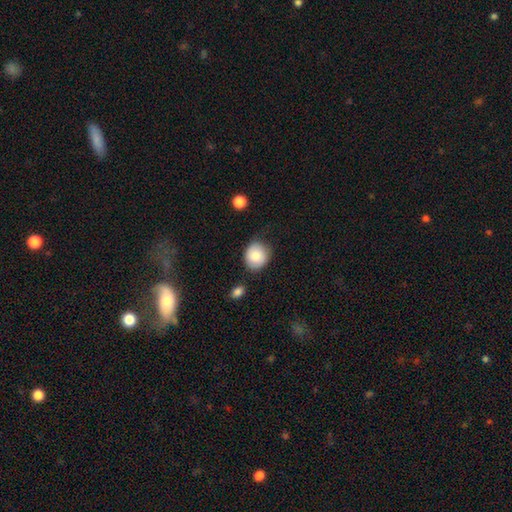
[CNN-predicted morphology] The model was most divided on "how rounded": round: 76%, in between: 23%, cigar-shaped: 1%. More confident: smooth or featured — smooth (83%); merging — none (77%).